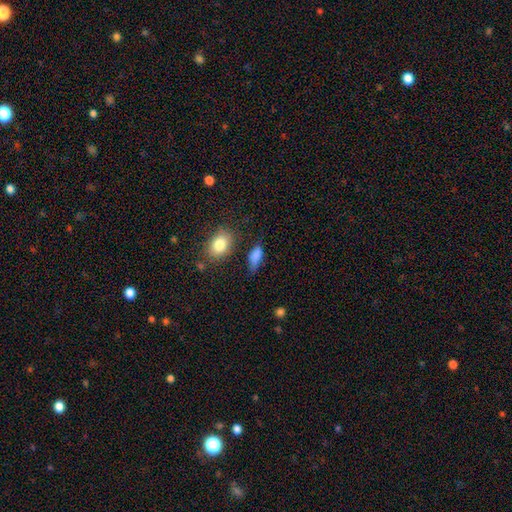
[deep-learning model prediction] Smooth or featured? Predicted: smooth (p=0.83). How rounded? Predicted: in between (p=0.82). Merging? Predicted: none (p=0.53).